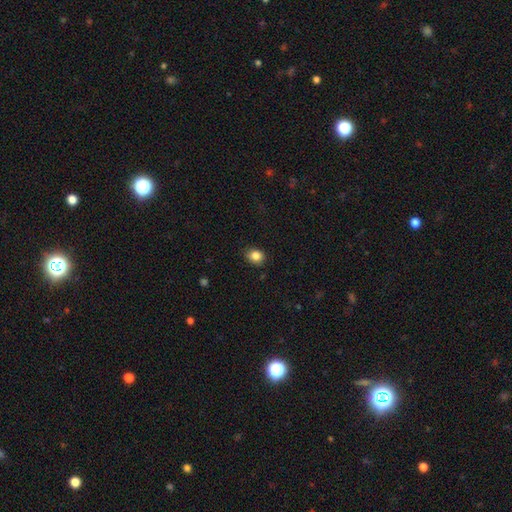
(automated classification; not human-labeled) Smooth or featured: smooth — 85% (star or artifact — 10%)
How rounded: round — 62% (in between — 37%)
Merging: none — 82% (minor disturbance — 14%)